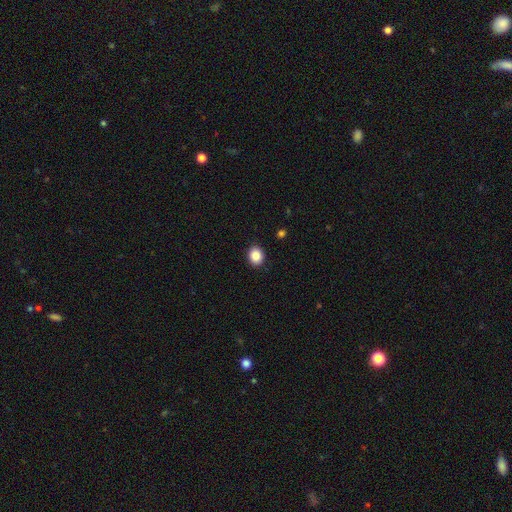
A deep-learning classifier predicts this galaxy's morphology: Smooth or featured? smooth (87%)
How rounded? round (59%)
Merging? none (91%)